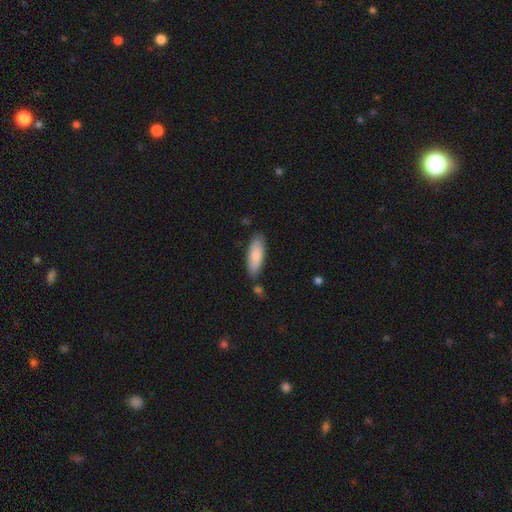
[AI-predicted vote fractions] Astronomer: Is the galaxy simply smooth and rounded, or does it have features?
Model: smooth — 83%.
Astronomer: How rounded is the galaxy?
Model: in between — 60% (runner-up: cigar-shaped, 38%).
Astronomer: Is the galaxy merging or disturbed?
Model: none — 78%.